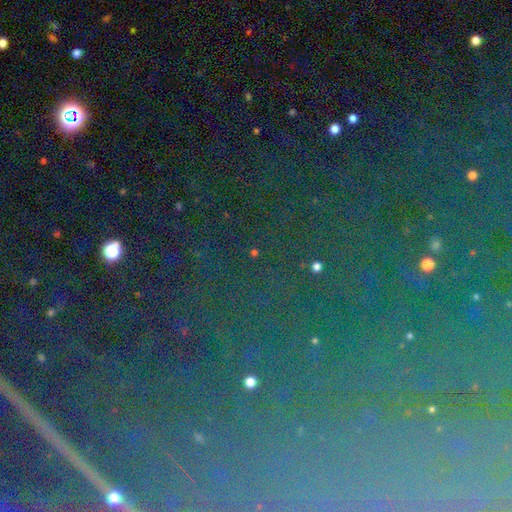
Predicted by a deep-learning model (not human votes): Smooth or featured?
  - star or artifact: 81% *
  - smooth: 10%
  - featured or disk: 9%